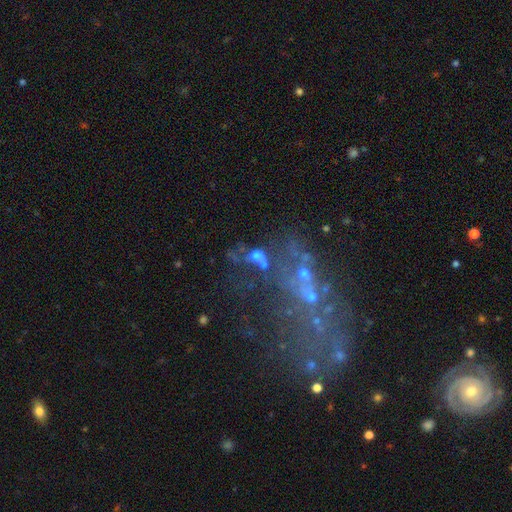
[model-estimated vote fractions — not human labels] smooth-or-featured: smooth: 39% | featured or disk: 36% | star or artifact: 25%
  merging: merger: 37% | major disturbance: 27% | none: 24% | minor disturbance: 12%